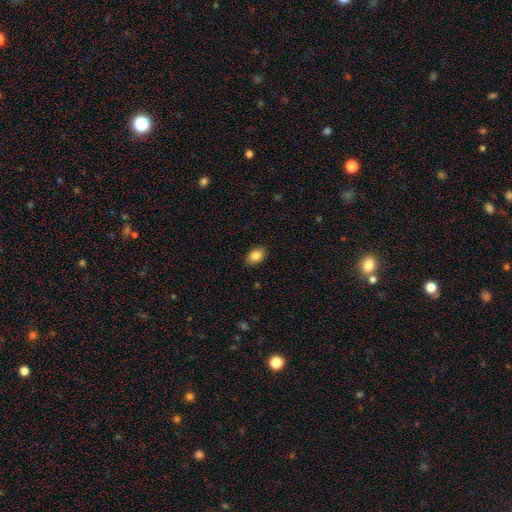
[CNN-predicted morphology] This appears to be a smooth galaxy with no disk features (86%) that is in between round and cigar-shaped (84%). Merging: none (88%).